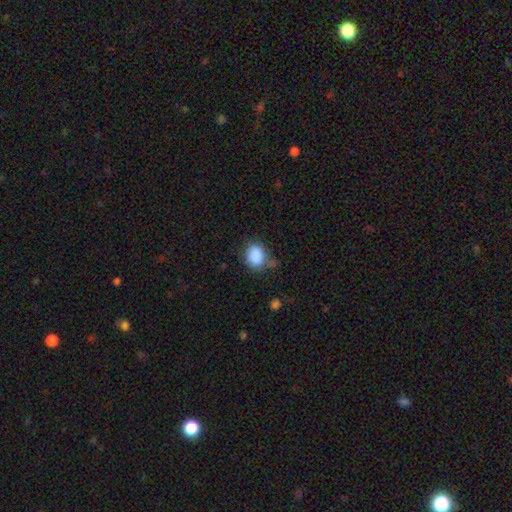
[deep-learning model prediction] Smooth or featured? smooth (87%)
How rounded? in between (52%)
Merging? none (61%)